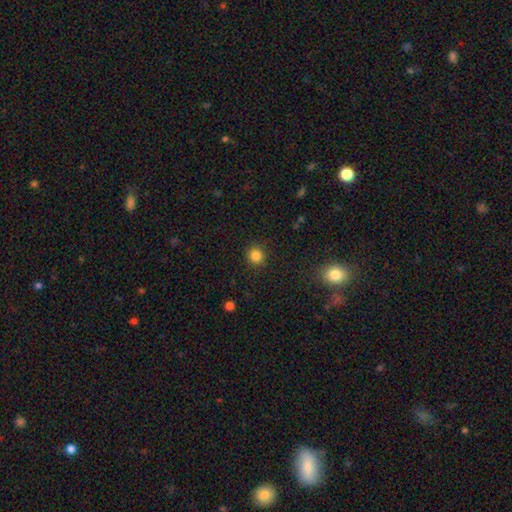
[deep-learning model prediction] Smooth or featured? smooth (84%)
How rounded? round (91%)
Merging? none (90%)